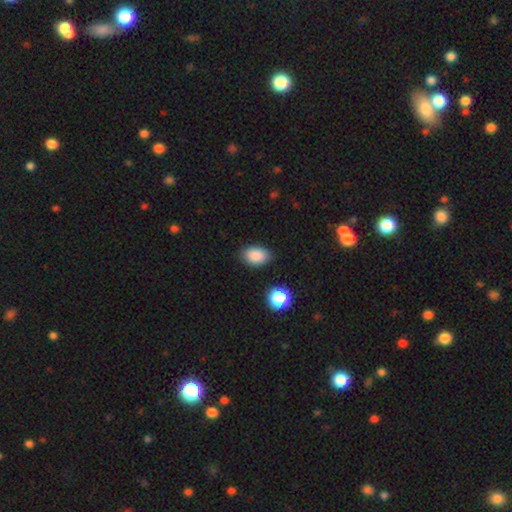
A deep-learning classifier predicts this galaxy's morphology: smooth-or-featured: smooth: 87% | star or artifact: 9% | featured or disk: 4%
  how-rounded: in between: 86% | round: 12% | cigar-shaped: 1%
  merging: none: 81% | minor disturbance: 14% | major disturbance: 3% | merger: 2%